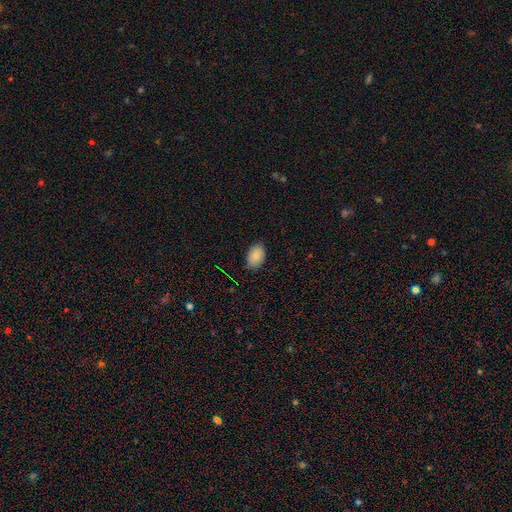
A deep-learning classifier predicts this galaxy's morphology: Smooth or featured?
  - smooth: 87% *
  - star or artifact: 7%
  - featured or disk: 6%
How rounded?
  - in between: 83% *
  - round: 16%
  - cigar-shaped: 1%
Merging?
  - none: 84% *
  - minor disturbance: 13%
  - major disturbance: 2%
  - merger: 1%